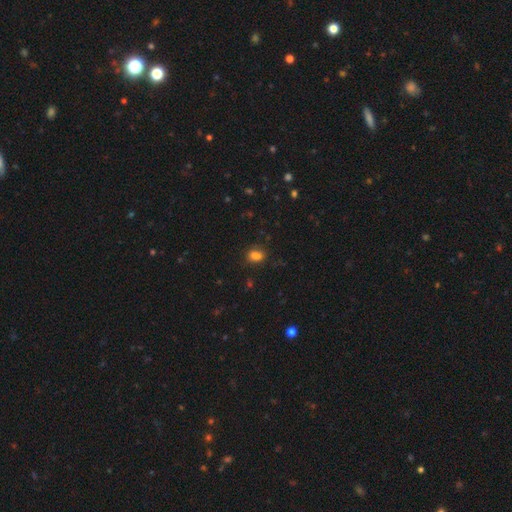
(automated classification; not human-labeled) Smooth or featured?
  - smooth: 79% *
  - star or artifact: 15%
  - featured or disk: 7%
How rounded?
  - in between: 71% *
  - round: 26%
  - cigar-shaped: 3%
Merging?
  - none: 69% *
  - minor disturbance: 17%
  - merger: 8%
  - major disturbance: 6%